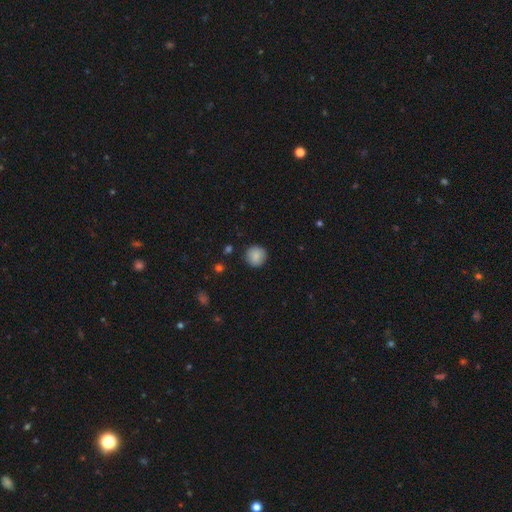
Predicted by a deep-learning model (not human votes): smooth_or_featured: smooth (p=0.87) [alt: star or artifact p=0.08]
how_rounded: round (p=0.92) [alt: in between p=0.07]
merging: none (p=0.89) [alt: minor disturbance p=0.07]